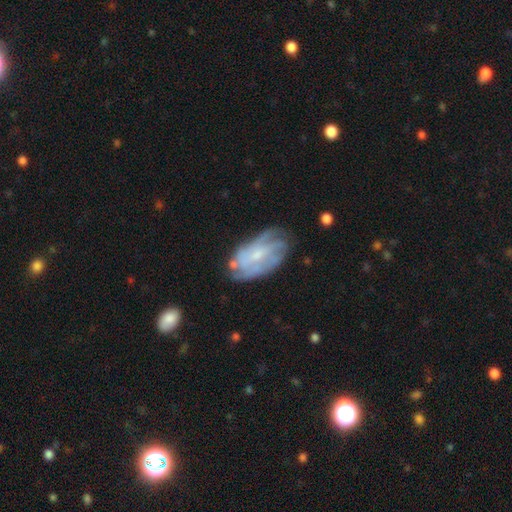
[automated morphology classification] Smooth or featured?
  - featured or disk: 68% *
  - smooth: 25%
  - star or artifact: 7%
Edge-on disk?
  - no: 95% *
  - yes: 5%
Bar?
  - no: 61% *
  - weak: 33%
  - strong: 6%
Spiral arms?
  - yes: 78% *
  - no: 22%
Spiral winding?
  - tight: 48% *
  - medium: 35%
  - loose: 17%
Spiral arm count?
  - can't tell: 52% *
  - 3: 14%
  - 2: 14%
  - 4: 11%
  - more than 4: 4%
  - 1: 4%
Bulge size?
  - small: 60% *
  - moderate: 28%
  - none: 10%
  - large: 2%
  - dominant: 1%
Merging?
  - none: 60% *
  - minor disturbance: 25%
  - major disturbance: 12%
  - merger: 3%